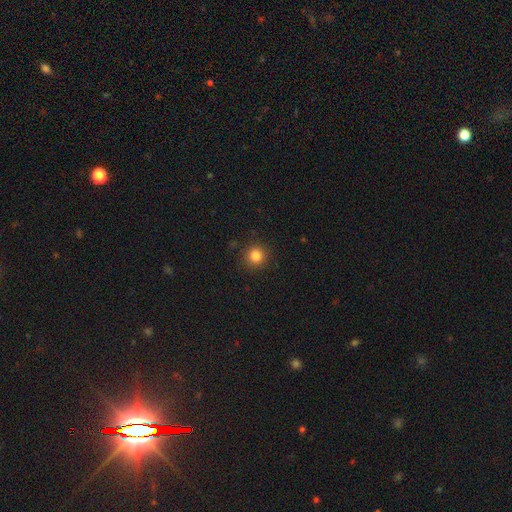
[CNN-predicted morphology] This appears to be a smooth galaxy with no disk features (83%) that is round (94%). Merging: none (90%).